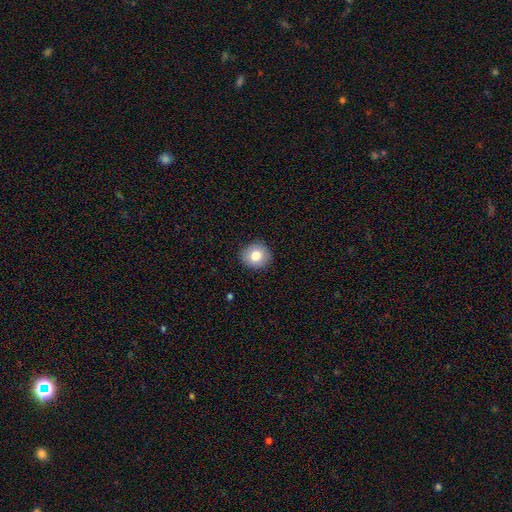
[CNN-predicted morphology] Q: Smooth or featured?
A: smooth (81%); runner-up: featured or disk (10%)
Q: How rounded?
A: round (88%); runner-up: in between (11%)
Q: Merging?
A: none (91%); runner-up: minor disturbance (7%)